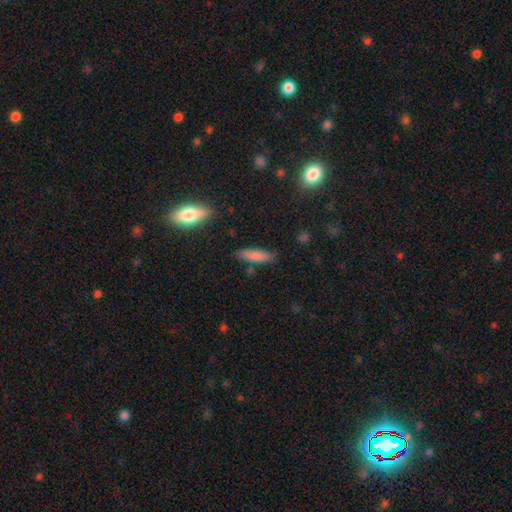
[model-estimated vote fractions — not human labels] Smooth or featured? Predicted: smooth (p=0.82). How rounded? Predicted: cigar-shaped (p=0.61). Merging? Predicted: none (p=0.81).